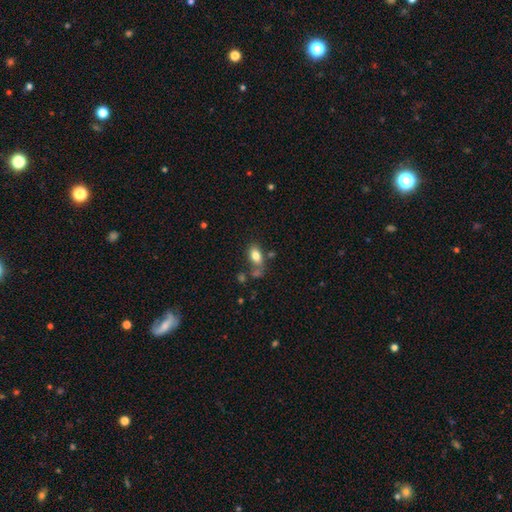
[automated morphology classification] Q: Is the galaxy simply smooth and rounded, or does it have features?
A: smooth — 80%.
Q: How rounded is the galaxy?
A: in between — 87%.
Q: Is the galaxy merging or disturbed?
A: none — 58%.